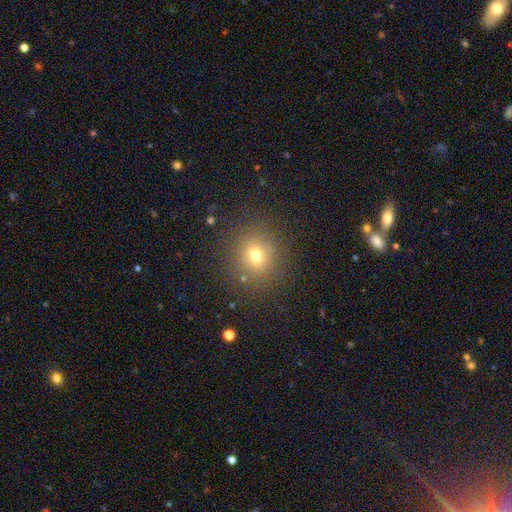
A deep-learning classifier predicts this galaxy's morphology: Smooth or featured?
  - smooth: 70% *
  - star or artifact: 20%
  - featured or disk: 11%
How rounded?
  - round: 85% *
  - in between: 14%
  - cigar-shaped: 1%
Merging?
  - none: 86% *
  - minor disturbance: 8%
  - major disturbance: 4%
  - merger: 2%